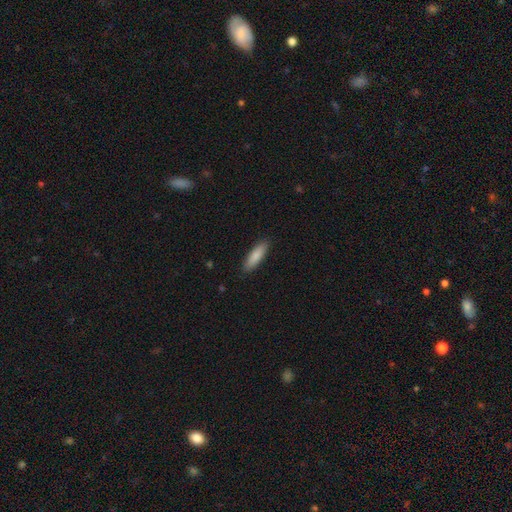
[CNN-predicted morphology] The model was most divided on "how rounded": cigar-shaped: 61%, in between: 38%, round: 1%. More confident: merging — none (89%); smooth or featured — smooth (85%).